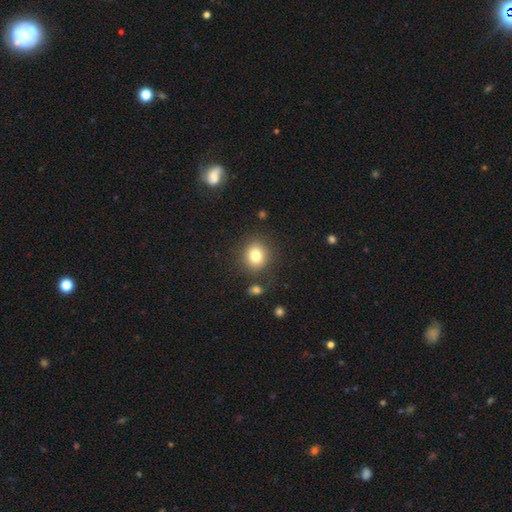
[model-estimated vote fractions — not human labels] The model was most divided on "how rounded": round: 80%, in between: 19%, cigar-shaped: 1%. More confident: merging — none (84%); smooth or featured — smooth (80%).